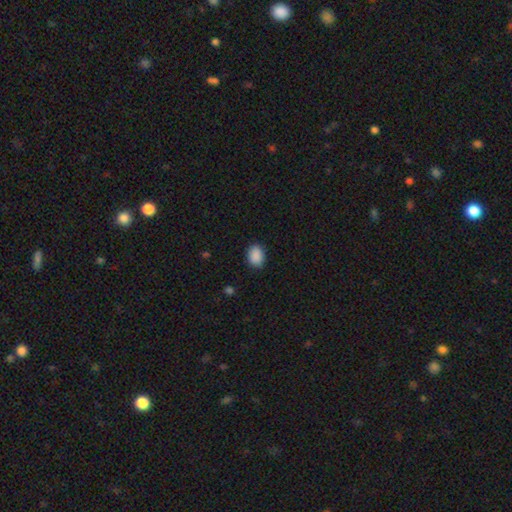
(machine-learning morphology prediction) smooth_or_featured: smooth (p=0.89) [alt: star or artifact p=0.08]
how_rounded: in between (p=0.71) [alt: round p=0.28]
merging: none (p=0.86) [alt: minor disturbance p=0.11]